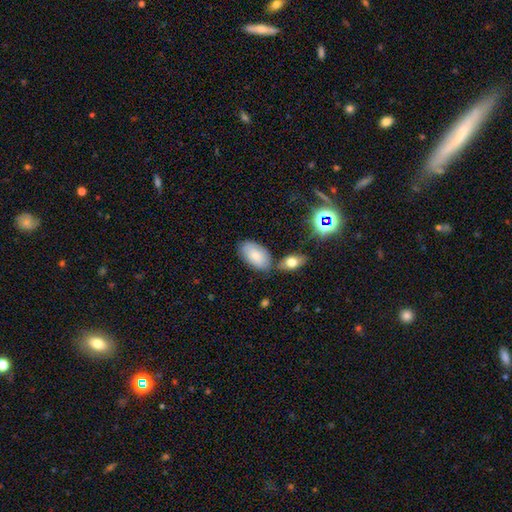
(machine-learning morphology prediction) A smooth galaxy with no disk features (79%) that is in between round and cigar-shaped (95%).

Vote fractions:
- Smooth or featured? smooth: 79% / featured or disk: 13% / star or artifact: 7%
- How rounded? in between: 95% / round: 4% / cigar-shaped: 2%
- Merging? none: 67% / minor disturbance: 17% / merger: 12% / major disturbance: 4%